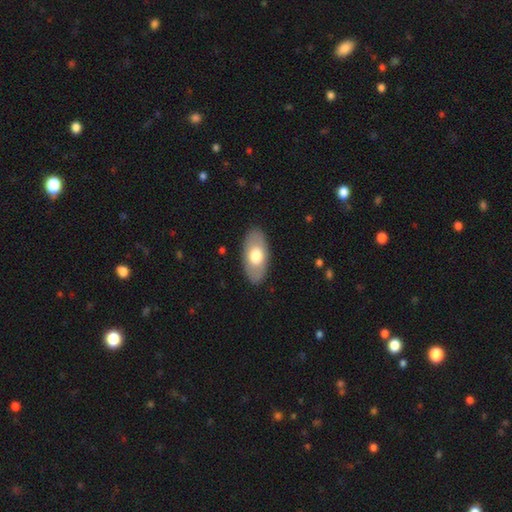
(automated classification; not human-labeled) Smooth or featured? Predicted: smooth (p=0.63). How rounded? Predicted: in between (p=0.93). Merging? Predicted: none (p=0.87).